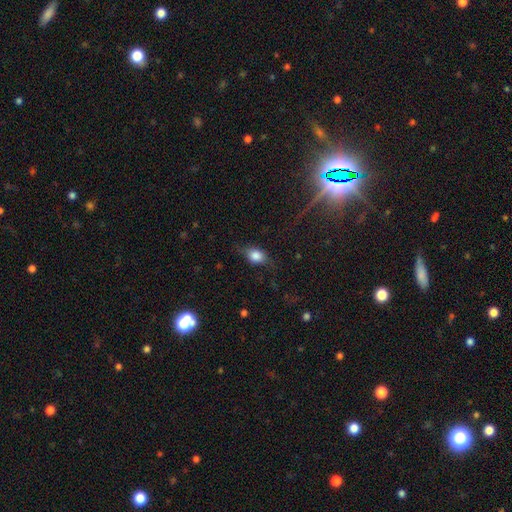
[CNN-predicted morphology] smooth_or_featured: smooth (p=0.74) [alt: featured or disk p=0.16]
how_rounded: in between (p=0.70) [alt: round p=0.26]
merging: none (p=0.64) [alt: minor disturbance p=0.24]